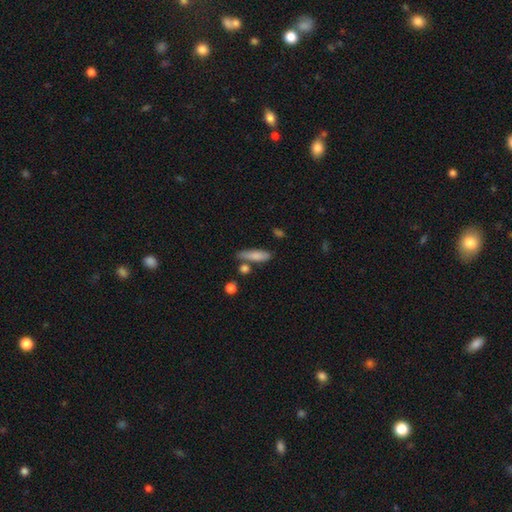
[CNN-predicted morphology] The model was most divided on "how rounded": cigar-shaped: 63%, in between: 34%, round: 3%. More confident: smooth or featured — smooth (78%); merging — none (65%).